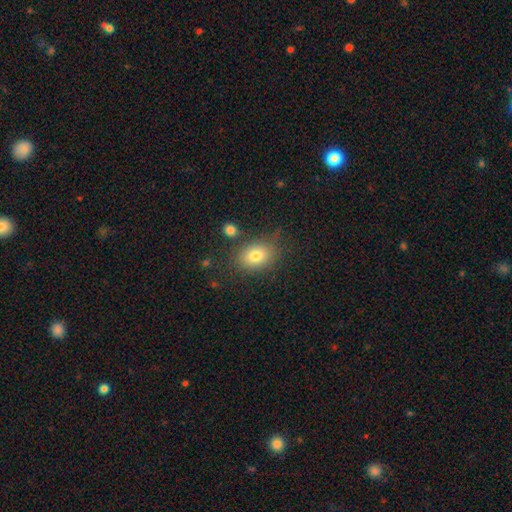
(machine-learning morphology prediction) Smooth or featured? Predicted: smooth (p=0.79). How rounded? Predicted: in between (p=0.71). Merging? Predicted: none (p=0.77).